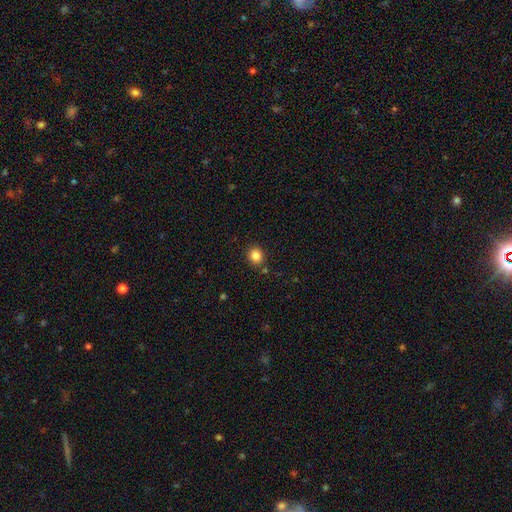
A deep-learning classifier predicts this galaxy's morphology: This appears to be a smooth galaxy with no disk features (84%) that is round (79%). Merging: none (86%).